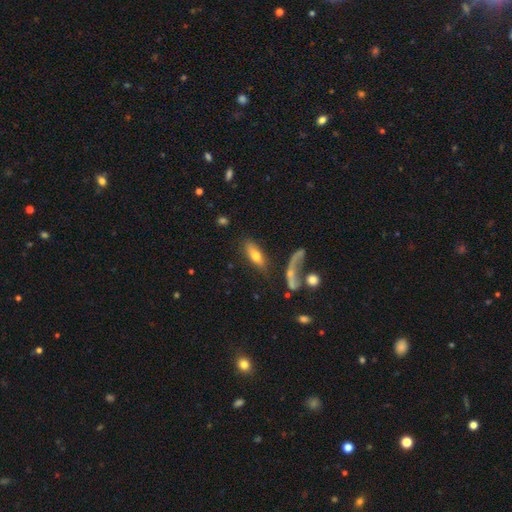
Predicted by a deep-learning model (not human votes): Smooth or featured?
  - smooth: 61% *
  - featured or disk: 31%
  - star or artifact: 8%
How rounded?
  - in between: 60% *
  - cigar-shaped: 36%
  - round: 4%
Merging?
  - none: 56% *
  - minor disturbance: 16%
  - merger: 15%
  - major disturbance: 13%